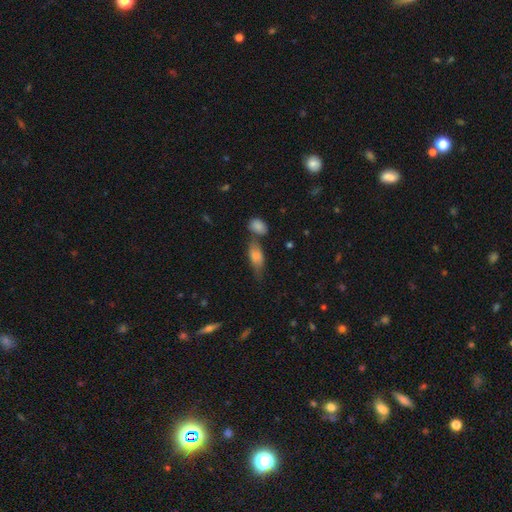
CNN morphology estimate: Smooth or featured: smooth — 64% (featured or disk — 22%)
How rounded: in between — 70% (cigar-shaped — 23%)
Merging: none — 42% (merger — 29%)